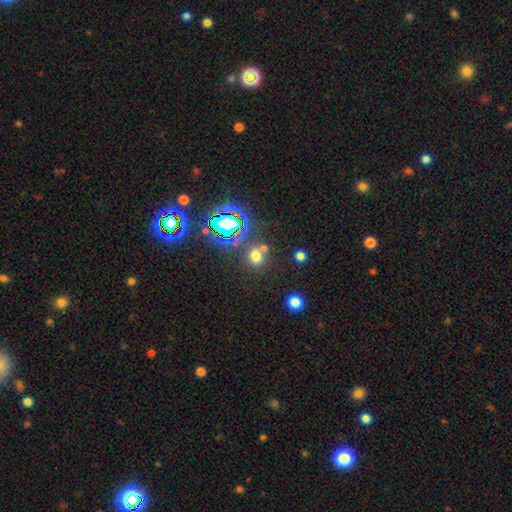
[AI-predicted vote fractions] A smooth galaxy with no disk features (62%) that is round (77%).

Vote fractions:
- Smooth or featured? smooth: 62% / star or artifact: 30% / featured or disk: 8%
- How rounded? round: 77% / in between: 22% / cigar-shaped: 1%
- Merging? none: 69% / merger: 17% / minor disturbance: 9% / major disturbance: 4%